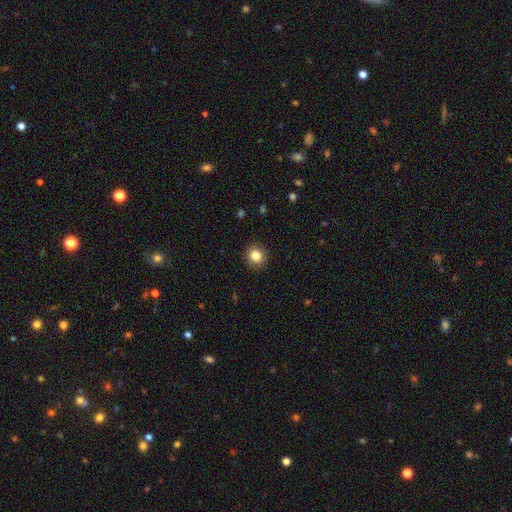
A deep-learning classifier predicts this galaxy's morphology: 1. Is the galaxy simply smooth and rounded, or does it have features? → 84% smooth, 10% star or artifact, 6% featured or disk.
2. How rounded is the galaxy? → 86% round, 13% in between, 1% cigar-shaped.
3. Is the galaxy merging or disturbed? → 91% none, 6% minor disturbance, 2% major disturbance, 1% merger.